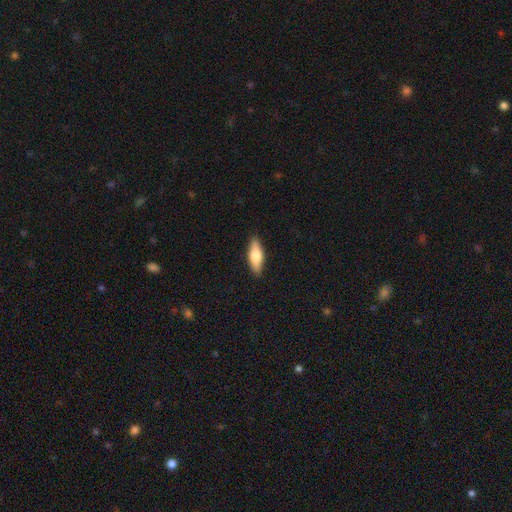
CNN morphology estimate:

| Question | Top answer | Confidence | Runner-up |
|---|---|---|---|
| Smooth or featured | smooth | 69% | featured or disk (26%) |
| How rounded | in between | 59% | cigar-shaped (39%) |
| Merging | none | 89% | minor disturbance (8%) |